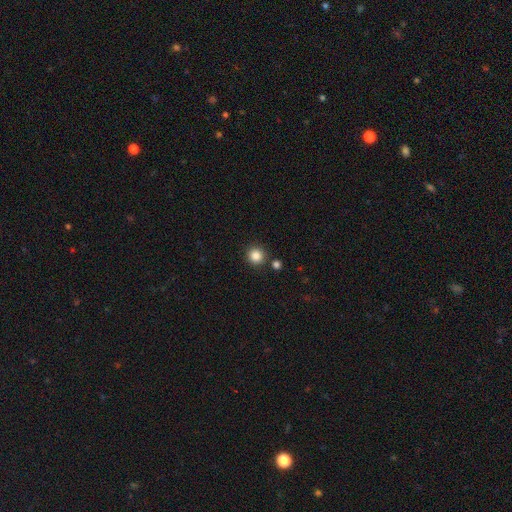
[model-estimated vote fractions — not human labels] A smooth galaxy with no disk features (85%) that is round (94%). Merging: none (86%).